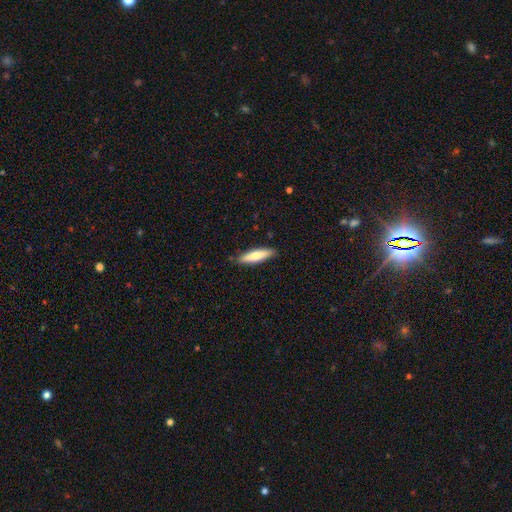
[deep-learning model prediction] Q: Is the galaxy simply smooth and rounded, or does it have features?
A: smooth — 71%.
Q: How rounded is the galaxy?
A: cigar-shaped — 71%.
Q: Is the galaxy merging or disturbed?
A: none — 87%.